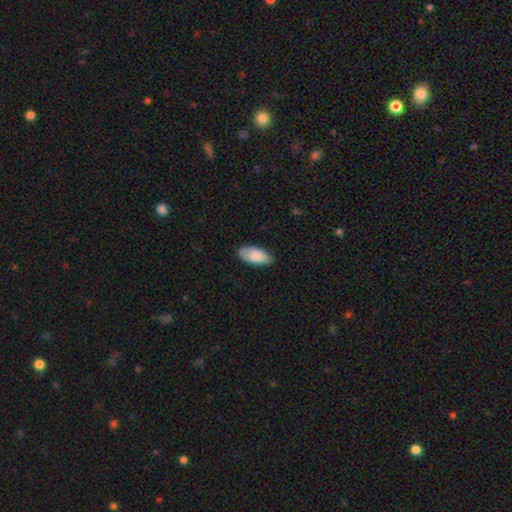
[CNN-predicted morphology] Q: Smooth or featured?
A: smooth (87%); runner-up: featured or disk (7%)
Q: How rounded?
A: in between (92%); runner-up: cigar-shaped (6%)
Q: Merging?
A: none (83%); runner-up: minor disturbance (14%)